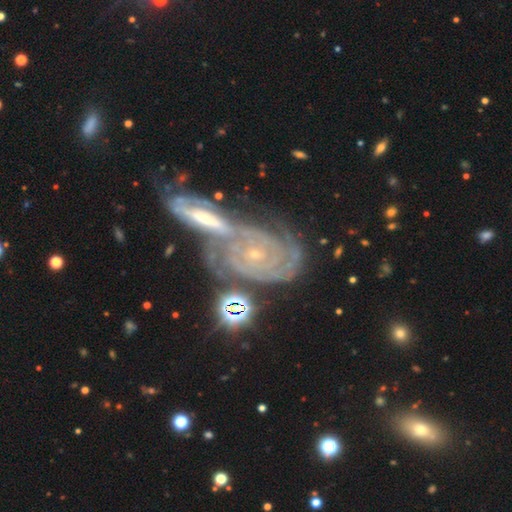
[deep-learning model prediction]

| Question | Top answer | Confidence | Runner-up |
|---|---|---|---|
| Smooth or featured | featured or disk | 87% | star or artifact (7%) |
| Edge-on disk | no | 94% | yes (6%) |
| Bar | no | 70% | weak (21%) |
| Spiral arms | yes | 97% | no (3%) |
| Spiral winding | tight | 80% | medium (17%) |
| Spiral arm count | can't tell | 29% | 3 (21%) |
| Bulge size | small | 80% | moderate (16%) |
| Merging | merger | 46% | none (36%) |